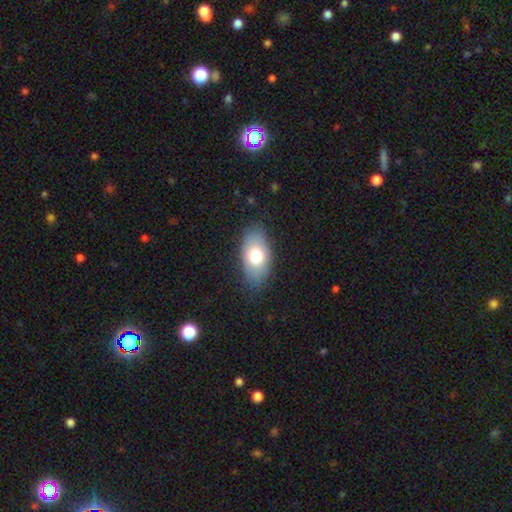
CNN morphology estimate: Q: Smooth or featured?
A: smooth (72%); runner-up: featured or disk (20%)
Q: How rounded?
A: in between (90%); runner-up: round (7%)
Q: Merging?
A: none (82%); runner-up: minor disturbance (13%)